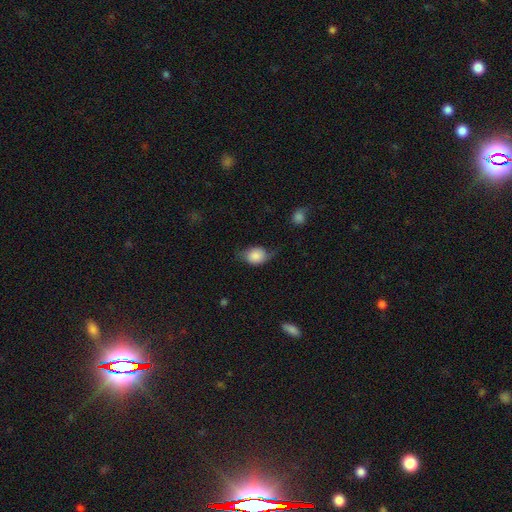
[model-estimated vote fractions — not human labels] The model was most divided on "merging": none: 45%, minor disturbance: 37%, major disturbance: 15%, merger: 2%. More confident: smooth or featured — smooth (75%); how rounded — in between (59%).